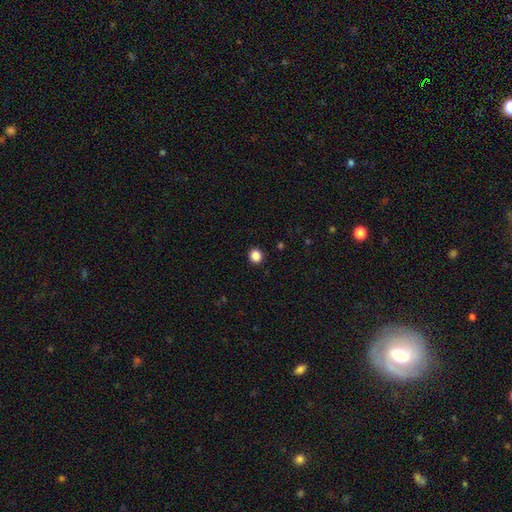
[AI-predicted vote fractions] Morphology: type=smooth (87%); roundness=round (86%); merging=none (93%).